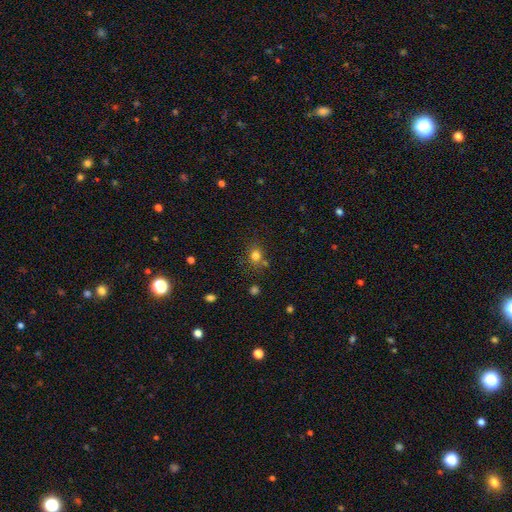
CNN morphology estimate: Smooth or featured: smooth — 77% (star or artifact — 16%)
How rounded: round — 70% (in between — 29%)
Merging: none — 69% (minor disturbance — 14%)